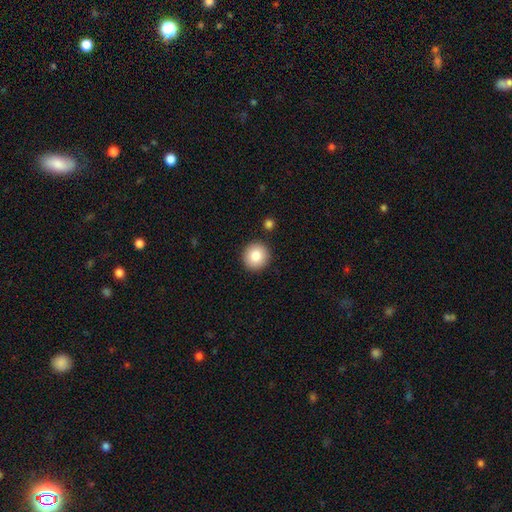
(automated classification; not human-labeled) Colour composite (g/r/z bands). It shows a smooth galaxy with no disk features (85%) that is round (93%). Merging: none (89%).